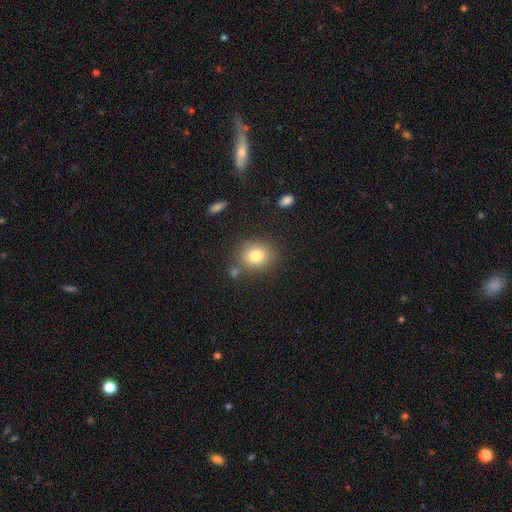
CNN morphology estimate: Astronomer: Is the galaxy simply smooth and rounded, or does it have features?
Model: smooth — 79%.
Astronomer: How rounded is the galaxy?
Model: round — 67%.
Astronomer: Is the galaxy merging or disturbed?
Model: none — 78%.